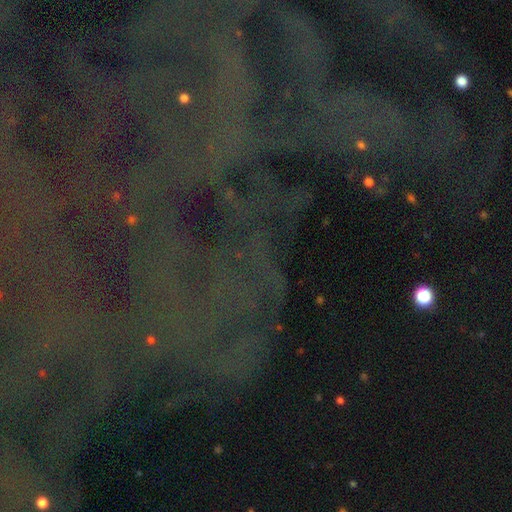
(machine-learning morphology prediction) Smooth or featured? star or artifact (81%)